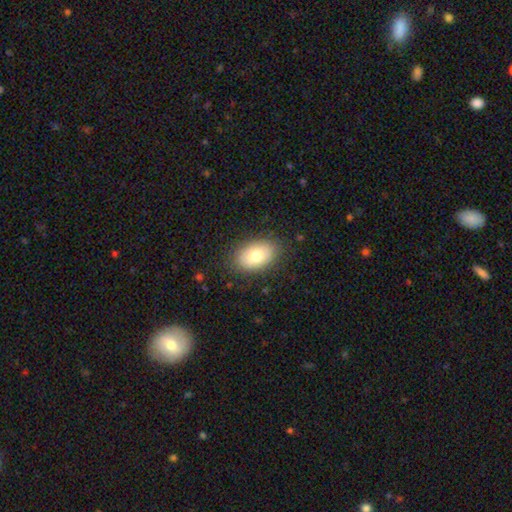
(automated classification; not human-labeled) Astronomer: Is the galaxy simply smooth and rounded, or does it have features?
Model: smooth — 76%.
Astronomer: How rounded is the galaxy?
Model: in between — 87%.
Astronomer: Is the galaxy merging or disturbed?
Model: none — 84%.